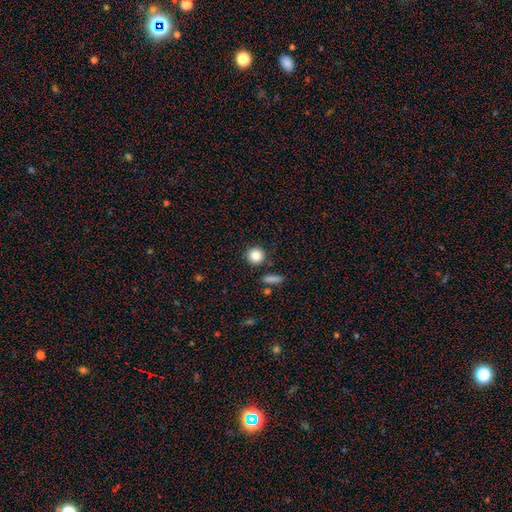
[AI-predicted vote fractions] Smooth or featured: smooth — 85% (star or artifact — 9%)
How rounded: round — 92% (in between — 7%)
Merging: none — 86% (minor disturbance — 7%)